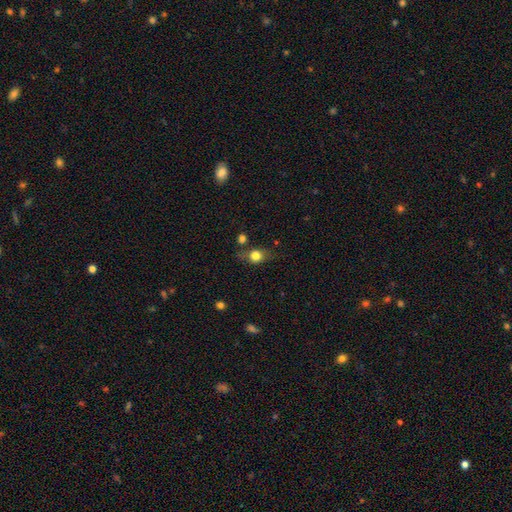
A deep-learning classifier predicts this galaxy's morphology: Smooth or featured?
  - smooth: 73% *
  - featured or disk: 16%
  - star or artifact: 11%
How rounded?
  - round: 56% *
  - in between: 41%
  - cigar-shaped: 4%
Merging?
  - none: 66% *
  - minor disturbance: 20%
  - major disturbance: 7%
  - merger: 6%